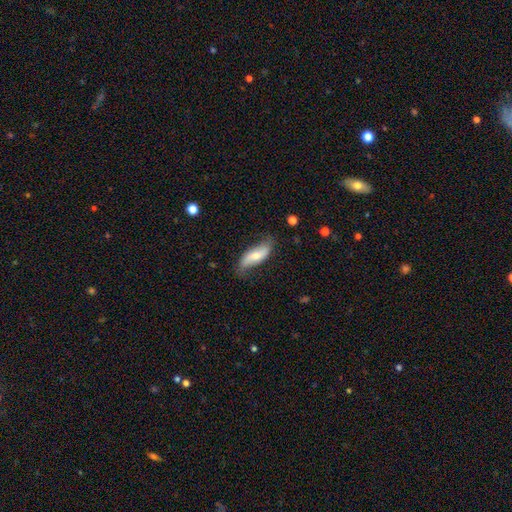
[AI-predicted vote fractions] Morphology: type=smooth (48%); merging=none (63%).